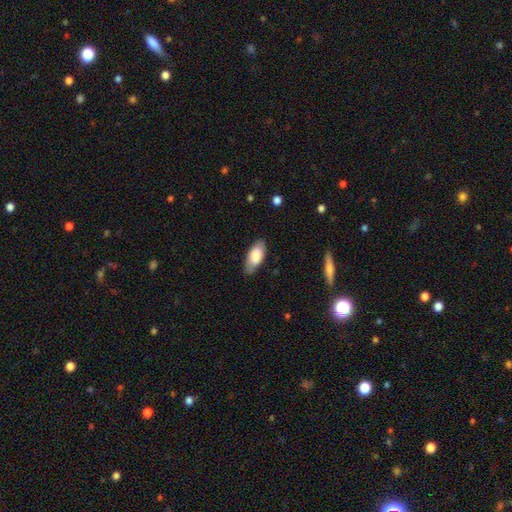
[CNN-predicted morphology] smooth 79%, featured or disk 15%, star or artifact 6%. Down the decision tree: how rounded — in between (89%); merging — none (77%).